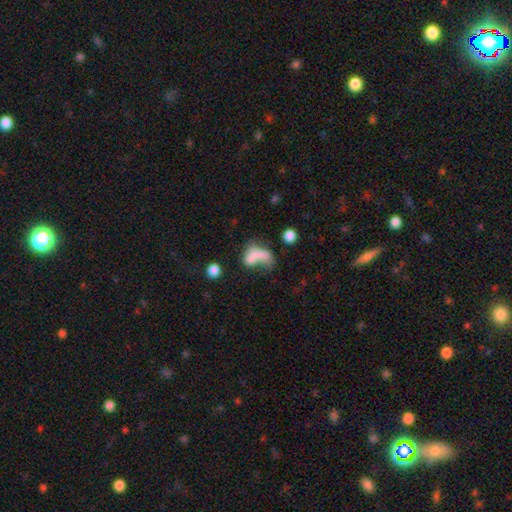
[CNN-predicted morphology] Smooth or featured? smooth (64%)
How rounded? in between (75%)
Merging? merger (36%)